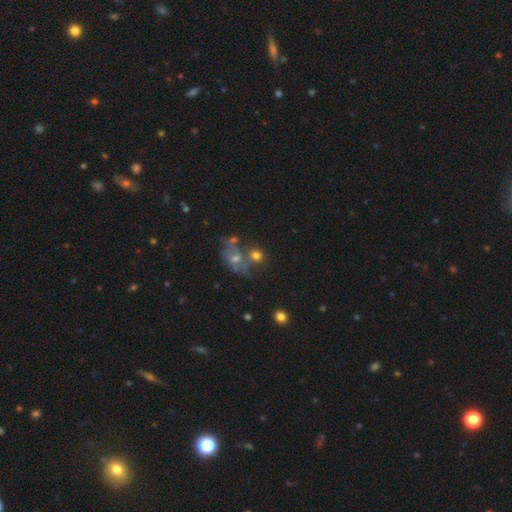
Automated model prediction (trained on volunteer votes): The model was most divided on "merging": none: 40%, merger: 38%, minor disturbance: 13%, major disturbance: 9%. More confident: how rounded — round (70%); smooth or featured — smooth (63%).